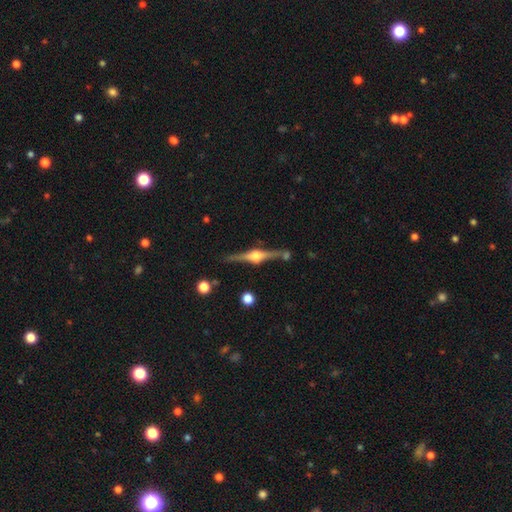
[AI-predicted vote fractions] featured or disk 87%, smooth 8%, star or artifact 5%. Down the decision tree: edge-on disk — yes (98%); edge-on bulge — rounded (94%); merging — none (84%).